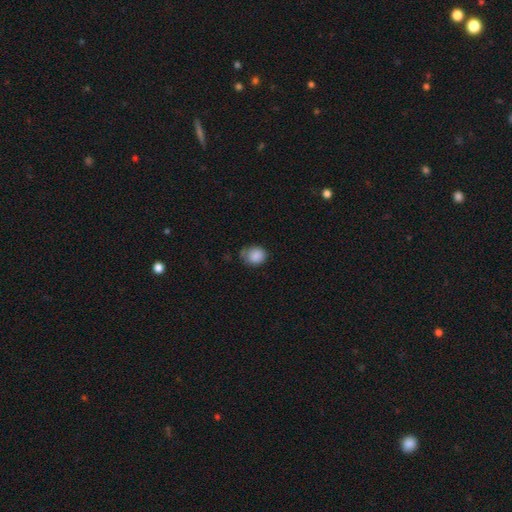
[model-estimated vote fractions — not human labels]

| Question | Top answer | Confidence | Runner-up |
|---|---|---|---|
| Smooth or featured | smooth | 86% | star or artifact (9%) |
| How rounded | round | 68% | in between (31%) |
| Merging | none | 59% | minor disturbance (29%) |